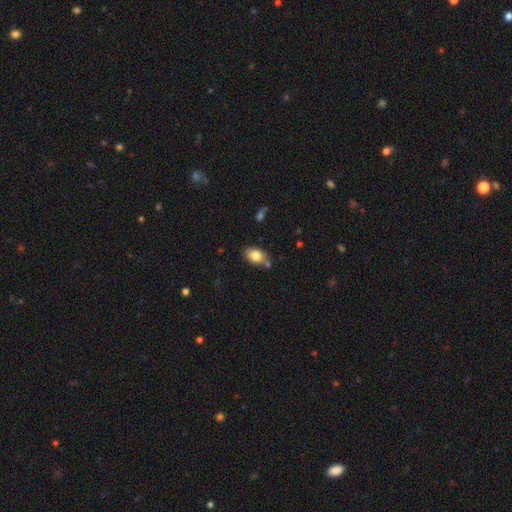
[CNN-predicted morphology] Smooth or featured? smooth (82%)
How rounded? in between (84%)
Merging? none (72%)